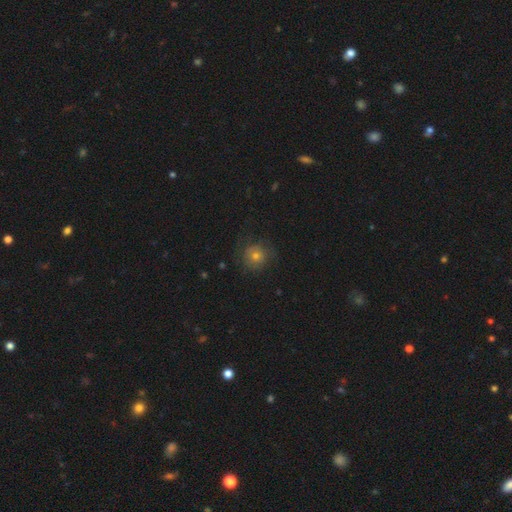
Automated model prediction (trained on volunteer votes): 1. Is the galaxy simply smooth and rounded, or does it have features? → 60% smooth, 23% featured or disk, 17% star or artifact.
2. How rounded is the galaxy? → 91% round, 8% in between, 1% cigar-shaped.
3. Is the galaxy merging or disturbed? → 75% none, 15% minor disturbance, 9% major disturbance, 1% merger.